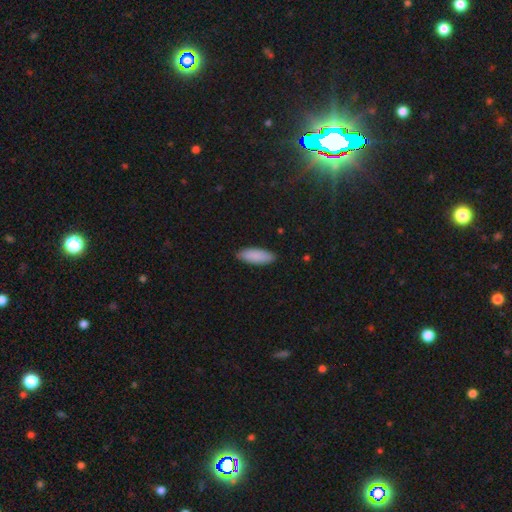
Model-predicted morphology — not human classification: Smooth or featured? Predicted: smooth (p=0.89). How rounded? Predicted: in between (p=0.70). Merging? Predicted: none (p=0.88).